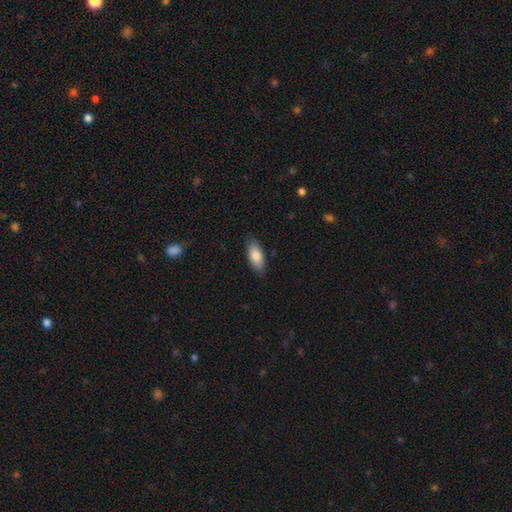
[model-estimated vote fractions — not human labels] smooth-or-featured: smooth: 84% | featured or disk: 10% | star or artifact: 6%
  how-rounded: in between: 85% | cigar-shaped: 13% | round: 2%
  merging: none: 84% | minor disturbance: 12% | major disturbance: 2% | merger: 1%